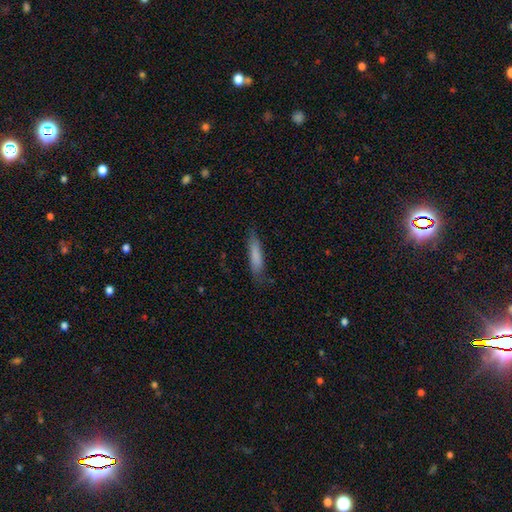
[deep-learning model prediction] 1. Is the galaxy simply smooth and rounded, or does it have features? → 76% smooth, 17% featured or disk, 7% star or artifact.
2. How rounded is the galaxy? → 78% cigar-shaped, 20% in between, 2% round.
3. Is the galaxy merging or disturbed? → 72% none, 21% minor disturbance, 6% major disturbance, 1% merger.